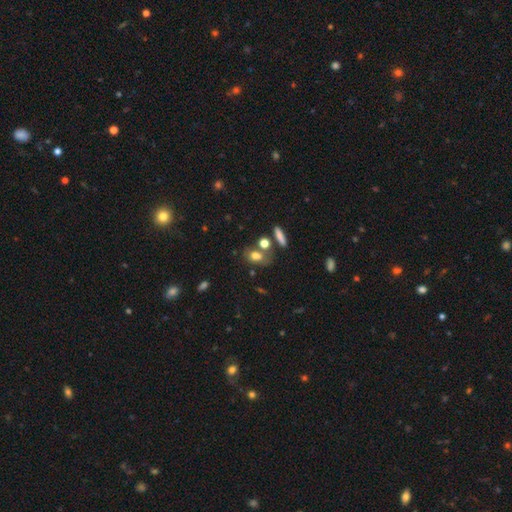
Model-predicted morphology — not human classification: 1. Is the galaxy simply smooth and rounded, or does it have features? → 71% smooth, 15% featured or disk, 14% star or artifact.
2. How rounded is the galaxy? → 69% in between, 26% round, 5% cigar-shaped.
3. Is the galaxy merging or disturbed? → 52% none, 24% merger, 16% minor disturbance, 8% major disturbance.